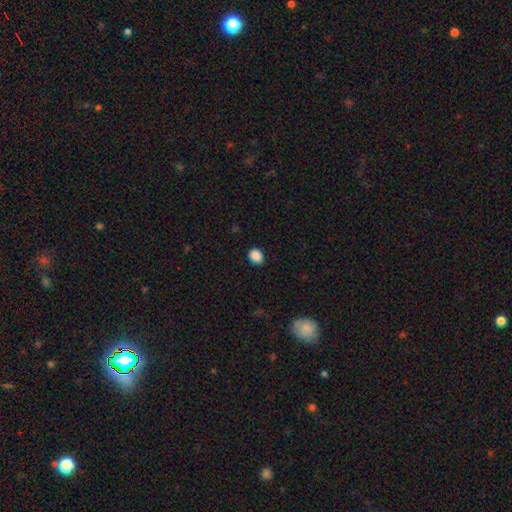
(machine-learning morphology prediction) A smooth galaxy with no disk features (89%) that is in between round and cigar-shaped (50%).

Vote fractions:
- Smooth or featured? smooth: 89% / star or artifact: 9% / featured or disk: 3%
- How rounded? in between: 50% / round: 49% / cigar-shaped: 1%
- Merging? none: 87% / minor disturbance: 10% / major disturbance: 2% / merger: 1%